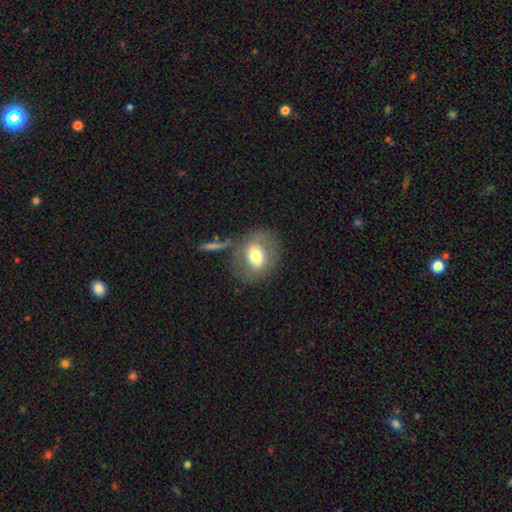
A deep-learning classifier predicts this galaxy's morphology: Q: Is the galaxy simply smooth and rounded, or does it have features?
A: smooth — 57%.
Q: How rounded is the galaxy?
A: round — 51%.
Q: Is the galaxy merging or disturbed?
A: none — 66%.